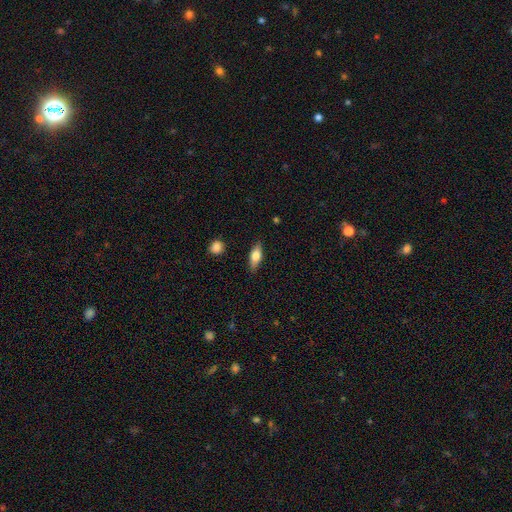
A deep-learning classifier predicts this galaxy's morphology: Smooth or featured? smooth (67%)
How rounded? in between (71%)
Merging? none (85%)